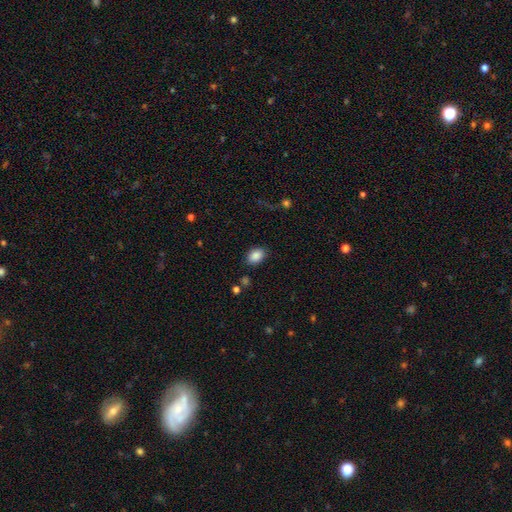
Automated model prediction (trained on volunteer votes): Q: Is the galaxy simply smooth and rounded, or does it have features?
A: smooth — 88%.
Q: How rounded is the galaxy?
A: in between — 81%.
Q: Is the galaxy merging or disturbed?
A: none — 83%.